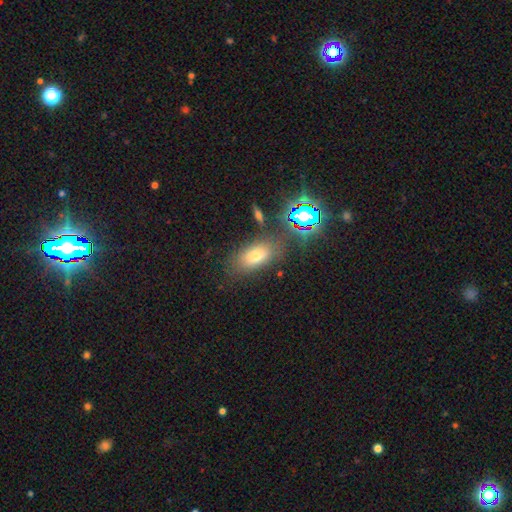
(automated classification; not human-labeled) A smooth galaxy with no disk features (66%) that is in between round and cigar-shaped (84%).

Vote fractions:
- Smooth or featured? smooth: 66% / star or artifact: 20% / featured or disk: 14%
- How rounded? in between: 84% / round: 10% / cigar-shaped: 6%
- Merging? none: 76% / minor disturbance: 13% / merger: 6% / major disturbance: 5%